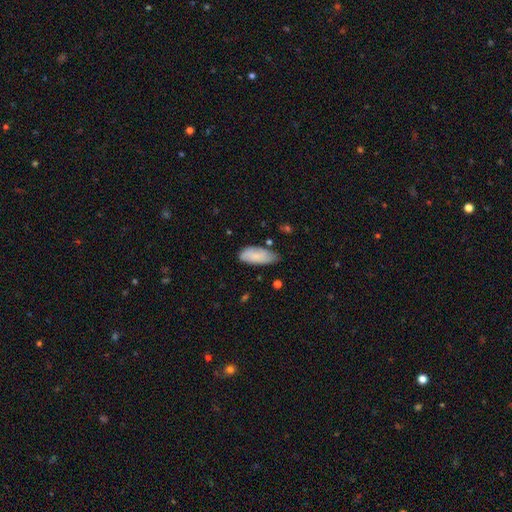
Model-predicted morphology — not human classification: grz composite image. It shows a smooth galaxy with no disk features (81%) that is in between round and cigar-shaped (87%). Merging: none (61%).